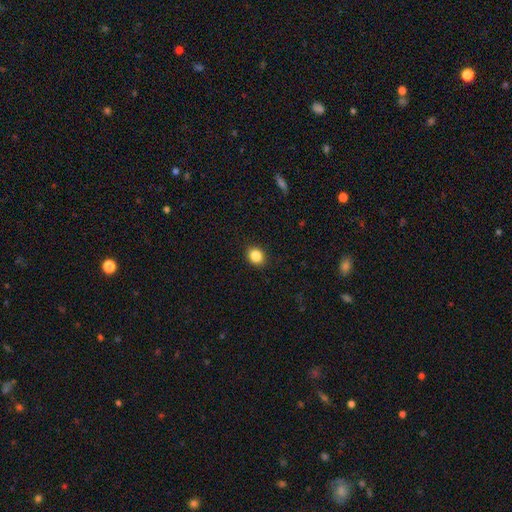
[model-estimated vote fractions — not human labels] Morphology: type=smooth (86%); roundness=round (62%); merging=none (90%).